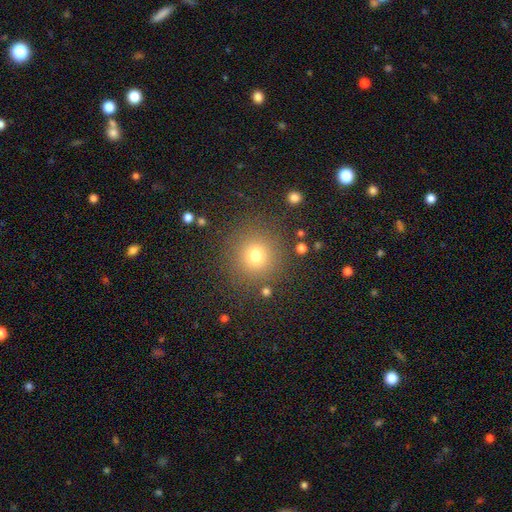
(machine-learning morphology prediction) smooth-or-featured: smooth: 74% | star or artifact: 18% | featured or disk: 8%
  how-rounded: round: 94% | in between: 5% | cigar-shaped: 1%
  merging: none: 87% | minor disturbance: 7% | major disturbance: 3% | merger: 2%